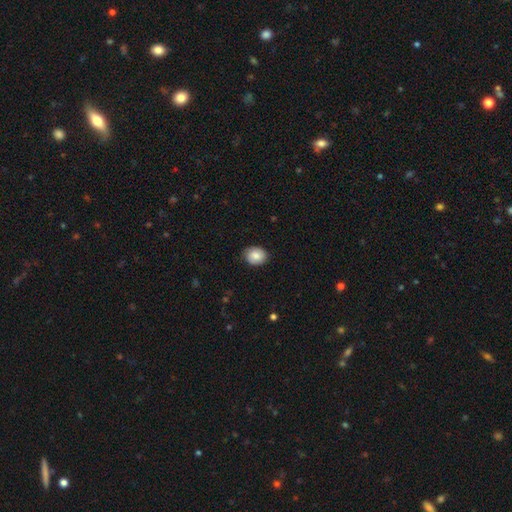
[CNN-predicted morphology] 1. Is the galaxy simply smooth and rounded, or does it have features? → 81% smooth, 12% featured or disk, 8% star or artifact.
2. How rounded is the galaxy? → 52% round, 47% in between, 1% cigar-shaped.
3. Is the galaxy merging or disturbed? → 84% none, 12% minor disturbance, 2% major disturbance, 1% merger.